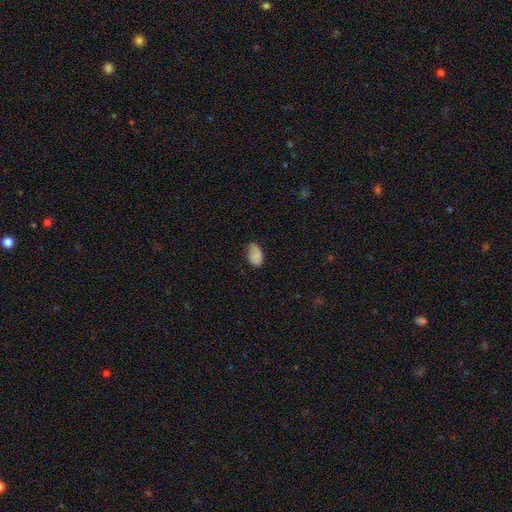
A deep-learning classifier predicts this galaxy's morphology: Overall: smooth (77%). How rounded: in between (89%). Merging: none (54%; minor disturbance 34%).